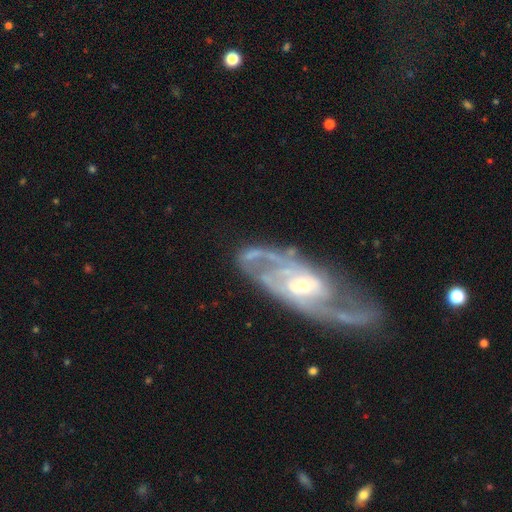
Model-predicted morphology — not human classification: smooth-or-featured: featured or disk: 80% | smooth: 13% | star or artifact: 7%
  disk-edge-on: no: 92% | yes: 8%
    bar: no: 66% | weak: 26% | strong: 8%
    has-spiral-arms: yes: 82% | no: 18%
      spiral-winding: tight: 43% | medium: 36% | loose: 21%
      spiral-arm-count: 2: 35% | can't tell: 34% | 3: 11% | 1: 11% | 4: 5% | more than 4: 4%
    bulge-size: small: 49% | moderate: 46% | large: 3% | none: 2% | dominant: 1%
  merging: none: 49% | major disturbance: 24% | minor disturbance: 20% | merger: 8%